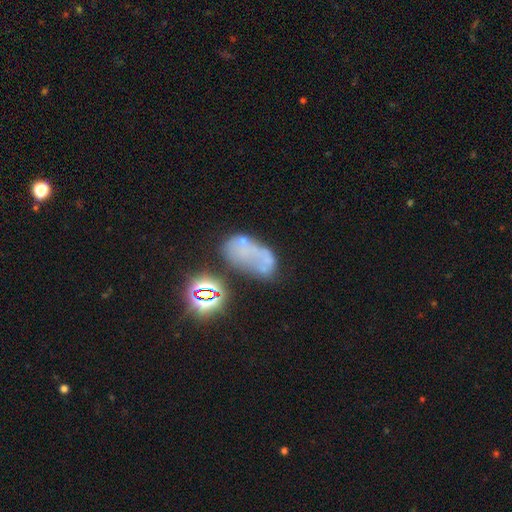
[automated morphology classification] Smooth or featured? Predicted: star or artifact (p=0.34).